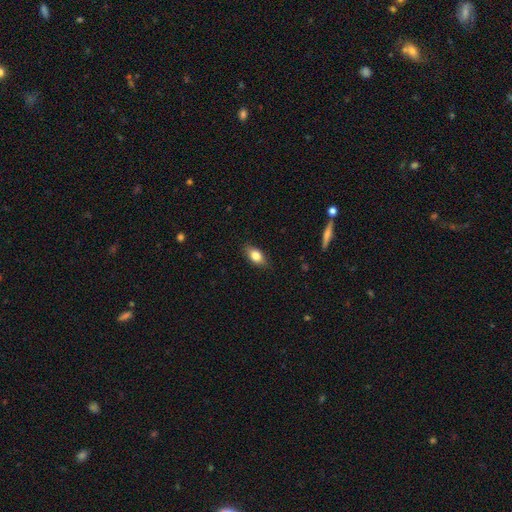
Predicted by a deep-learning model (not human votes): Smooth or featured: smooth — 80% (featured or disk — 13%)
How rounded: in between — 85% (round — 8%)
Merging: none — 84% (minor disturbance — 12%)